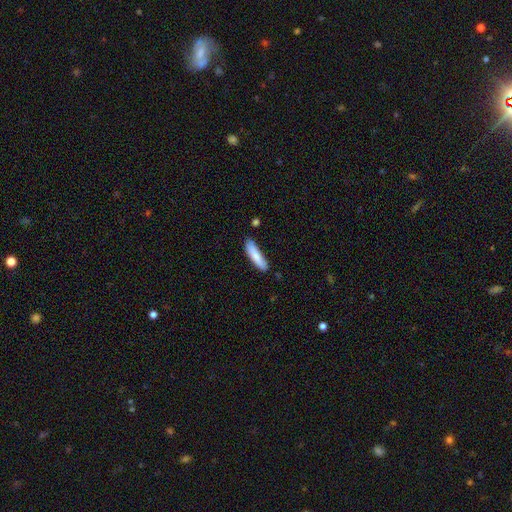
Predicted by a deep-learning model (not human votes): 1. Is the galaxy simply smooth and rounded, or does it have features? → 83% smooth, 11% featured or disk, 6% star or artifact.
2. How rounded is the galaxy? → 76% cigar-shaped, 23% in between, 1% round.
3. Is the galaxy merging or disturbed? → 80% none, 15% minor disturbance, 2% major disturbance, 2% merger.